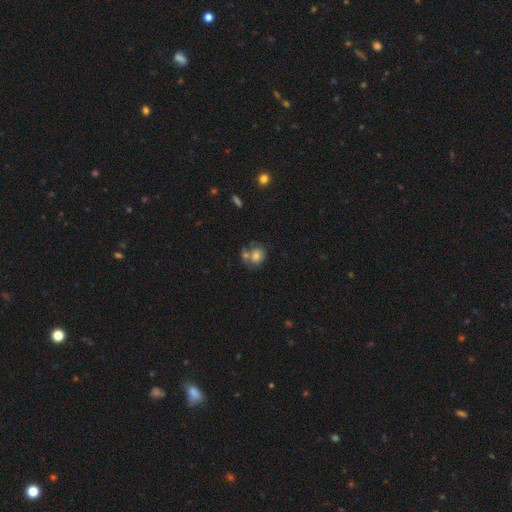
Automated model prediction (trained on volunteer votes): Smooth or featured?
  - smooth: 66% *
  - featured or disk: 23%
  - star or artifact: 11%
How rounded?
  - round: 65% *
  - in between: 33%
  - cigar-shaped: 1%
Merging?
  - merger: 41% *
  - none: 37%
  - minor disturbance: 14%
  - major disturbance: 8%